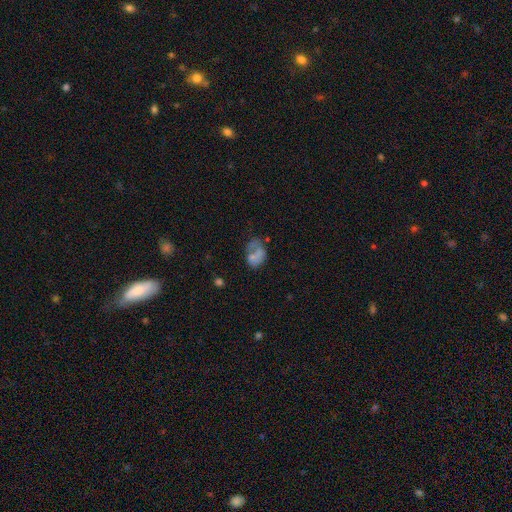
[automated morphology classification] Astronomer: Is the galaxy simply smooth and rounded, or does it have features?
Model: smooth — 57%.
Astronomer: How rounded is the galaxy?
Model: in between — 75%.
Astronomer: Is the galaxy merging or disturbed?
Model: none — 27%, tied with merger at 27%.